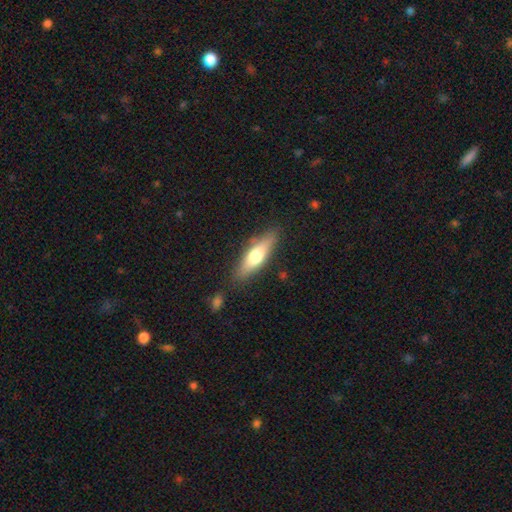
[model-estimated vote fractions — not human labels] smooth_or_featured: smooth (p=0.60) [alt: featured or disk p=0.34]
how_rounded: cigar-shaped (p=0.56) [alt: in between p=0.42]
merging: none (p=0.82) [alt: minor disturbance p=0.12]